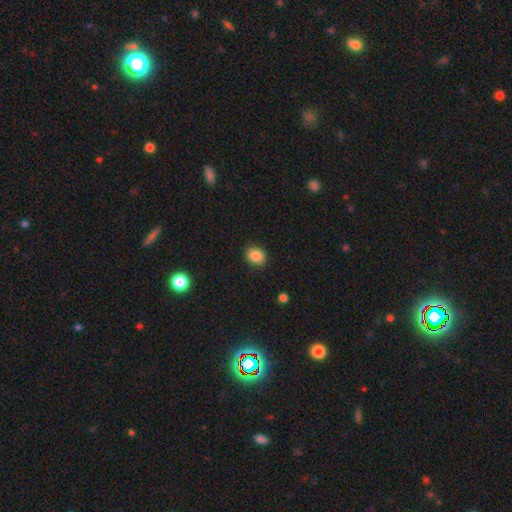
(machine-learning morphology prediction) This appears to be a smooth galaxy with no disk features (85%) that is in between round and cigar-shaped (58%). Merging: none (88%).